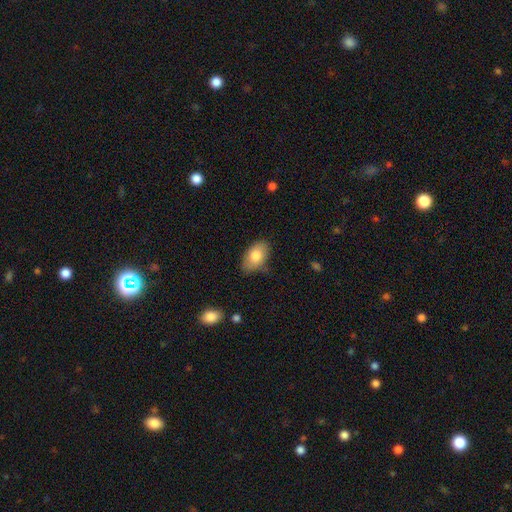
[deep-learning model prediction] The model was most divided on "merging": none: 77%, minor disturbance: 18%, major disturbance: 3%, merger: 1%. More confident: how rounded — in between (92%); smooth or featured — smooth (79%).